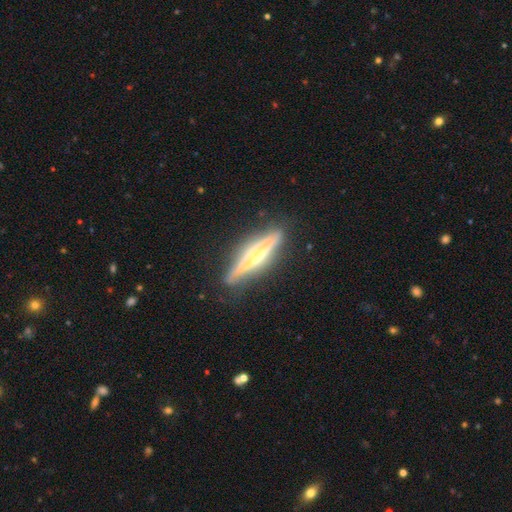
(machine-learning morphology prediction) Q: Smooth or featured?
A: featured or disk (72%); runner-up: smooth (22%)
Q: Edge-on disk?
A: yes (93%); runner-up: no (7%)
Q: Edge-on bulge?
A: rounded (82%); runner-up: none (9%)
Q: Merging?
A: none (82%); runner-up: minor disturbance (13%)